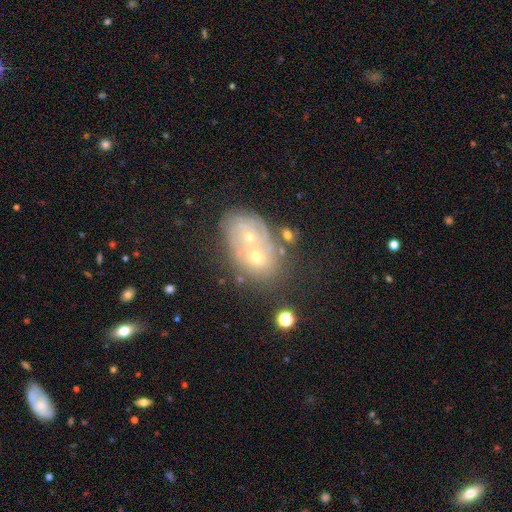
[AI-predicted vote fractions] Smooth or featured? Predicted: featured or disk (p=0.56). Edge-on disk? Predicted: no (p=0.95). Bar? Predicted: no (p=0.86). Spiral arms? Predicted: yes (p=0.54). Bulge size? Predicted: moderate (p=0.47). Merging? Predicted: merger (p=0.47).